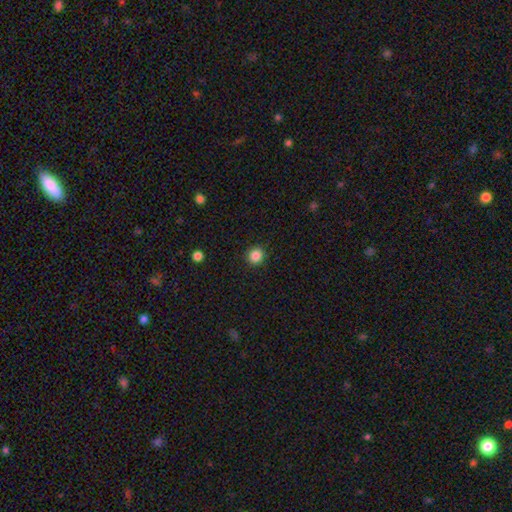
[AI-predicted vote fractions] Smooth or featured: smooth — 86% (star or artifact — 11%)
How rounded: round — 91% (in between — 8%)
Merging: none — 92% (minor disturbance — 5%)